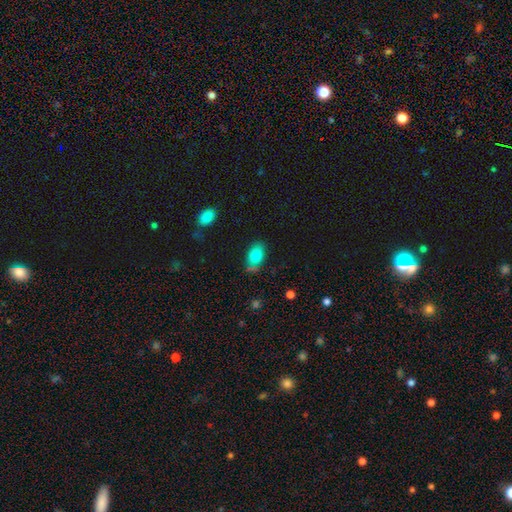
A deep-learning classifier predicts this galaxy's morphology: Smooth or featured? smooth (81%)
How rounded? in between (86%)
Merging? none (66%)